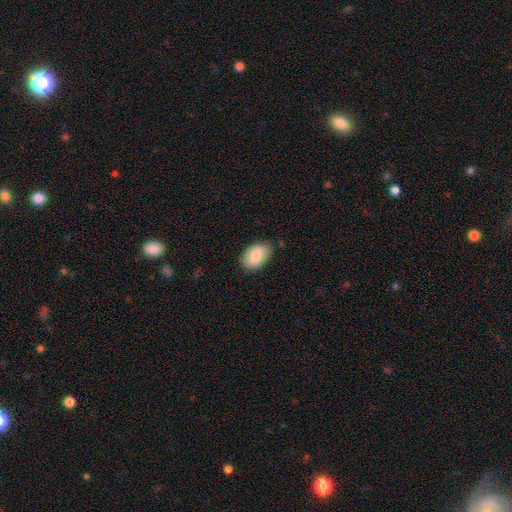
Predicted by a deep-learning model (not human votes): Smooth or featured? smooth (83%)
How rounded? in between (92%)
Merging? none (79%)